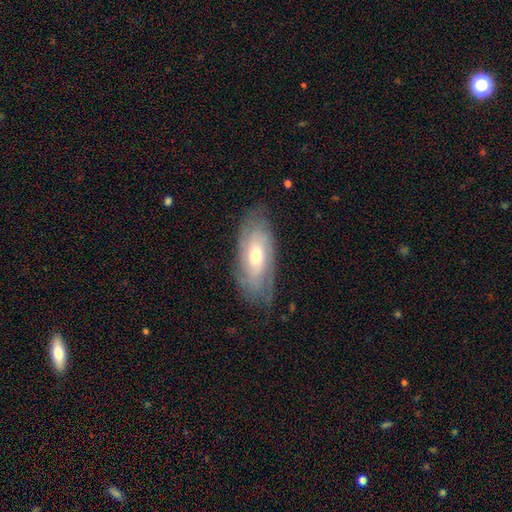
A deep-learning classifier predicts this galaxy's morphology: A featured or disk galaxy (61%) with no bar (66%), spiral arms (77%) and a moderate central bulge (65%).

Vote fractions:
- Smooth or featured? featured or disk: 61% / smooth: 32% / star or artifact: 7%
- Edge-on disk? no: 86% / yes: 14%
- Bar? no: 66% / weak: 27% / strong: 6%
- Spiral arms? yes: 77% / no: 23%
- Bulge size? moderate: 65% / small: 25% / large: 7% / dominant: 1% / none: 1%
- Merging? none: 74% / minor disturbance: 19% / major disturbance: 6% / merger: 1%